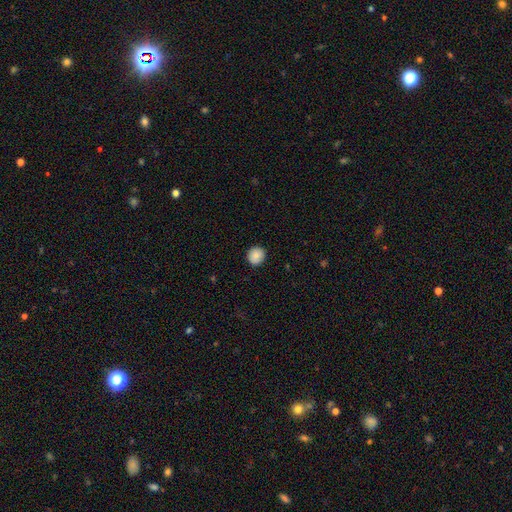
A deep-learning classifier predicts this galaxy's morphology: This is clearly a smooth galaxy (86%). How rounded: clearly round (90%). Merging: clearly none (89%).